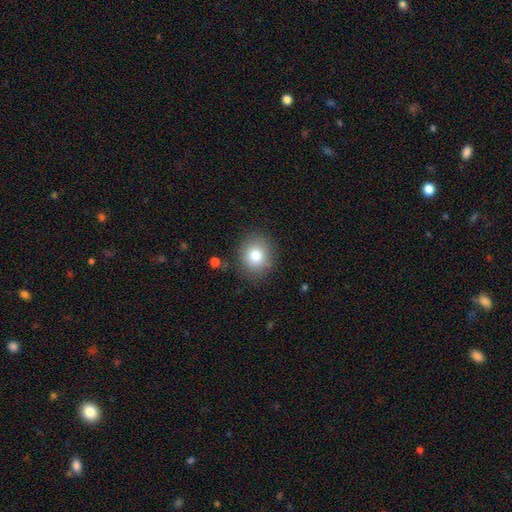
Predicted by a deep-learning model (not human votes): Smooth or featured? Predicted: smooth (p=0.79). How rounded? Predicted: round (p=0.82). Merging? Predicted: none (p=0.85).